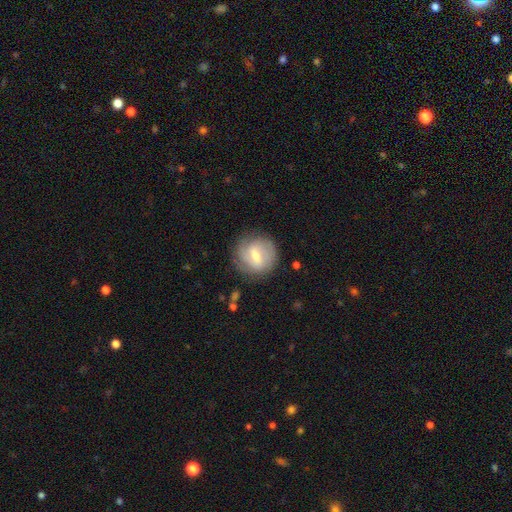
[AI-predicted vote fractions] Smooth or featured: featured or disk — 63% (smooth — 31%)
Edge-on disk: no — 96% (yes — 4%)
Bar: weak — 59% (strong — 26%)
Spiral arms: yes — 81% (no — 19%)
Bulge size: moderate — 54% (small — 39%)
Merging: none — 79% (minor disturbance — 14%)